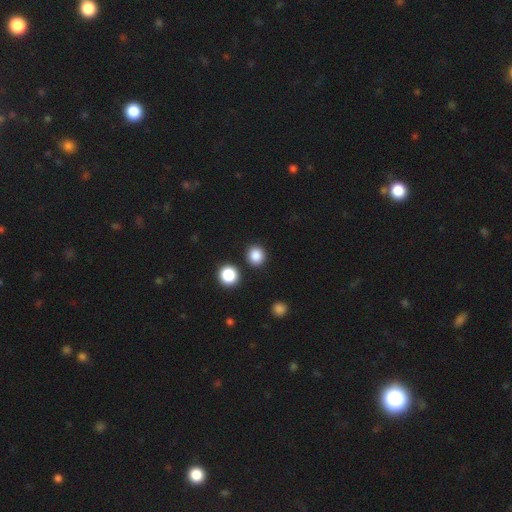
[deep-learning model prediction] A smooth galaxy with no disk features (85%) that is round (88%). Merging: none (88%).